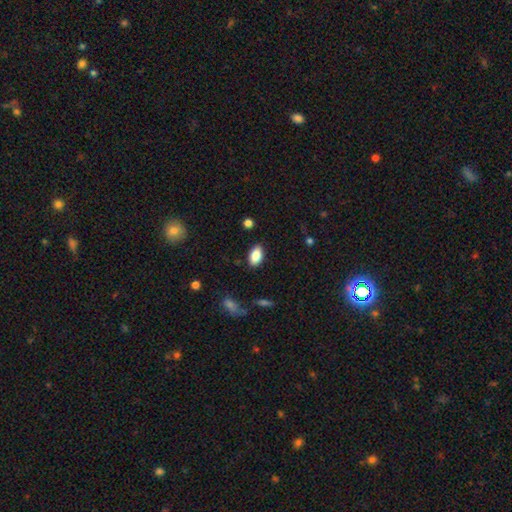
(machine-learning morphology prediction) type=smooth (86%); roundness=in between (92%); merging=none (86%).